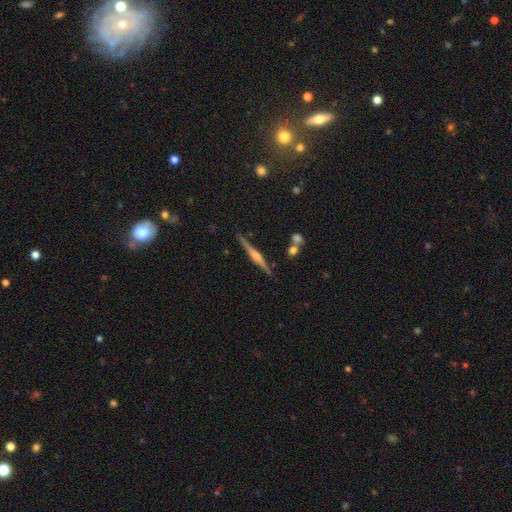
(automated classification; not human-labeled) This appears to be a featured or disk galaxy (75%) viewed edge-on (98%) with a rounded central bulge (74%). Merging: none (87%).